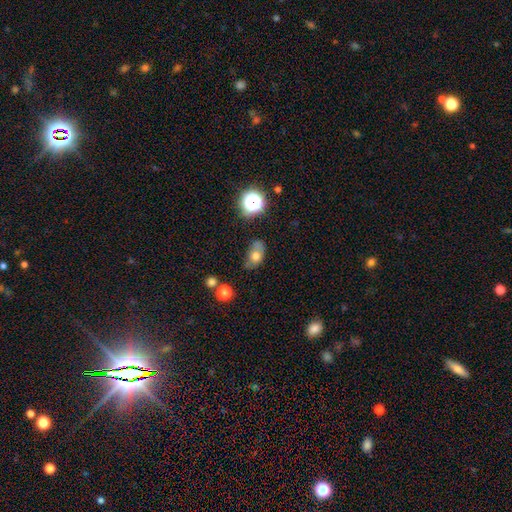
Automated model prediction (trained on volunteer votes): smooth 67%, featured or disk 20%, star or artifact 13%. Down the decision tree: how rounded — in between (79%); merging — none (52%).